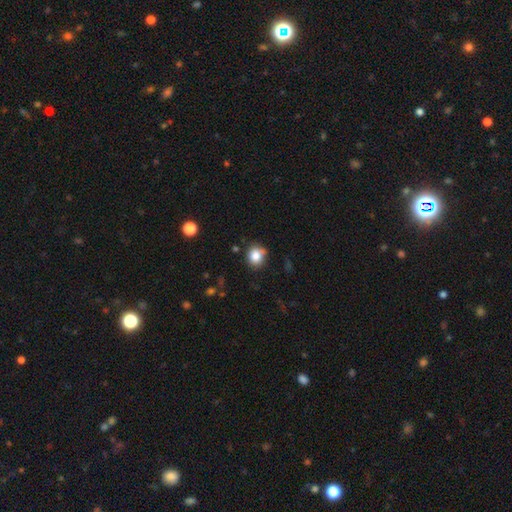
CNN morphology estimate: smooth_or_featured: smooth (p=0.82) [alt: star or artifact p=0.11]
how_rounded: round (p=0.77) [alt: in between p=0.22]
merging: none (p=0.70) [alt: minor disturbance p=0.19]